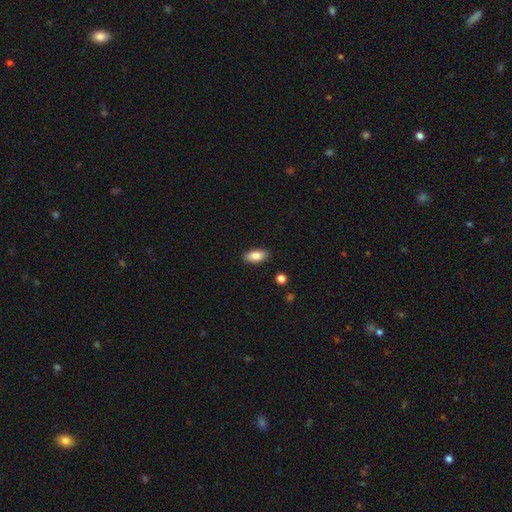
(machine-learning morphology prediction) This appears to be a smooth galaxy with no disk features (85%) that is in between round and cigar-shaped (90%). Merging: none (89%).